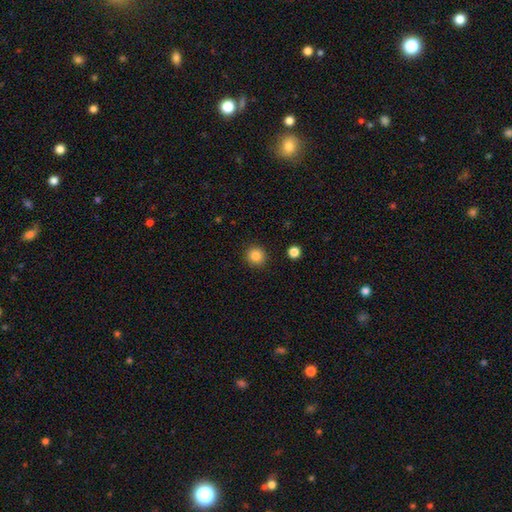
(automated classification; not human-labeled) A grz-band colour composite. It shows a smooth galaxy with no disk features (86%) that is round (93%). Merging: none (92%).